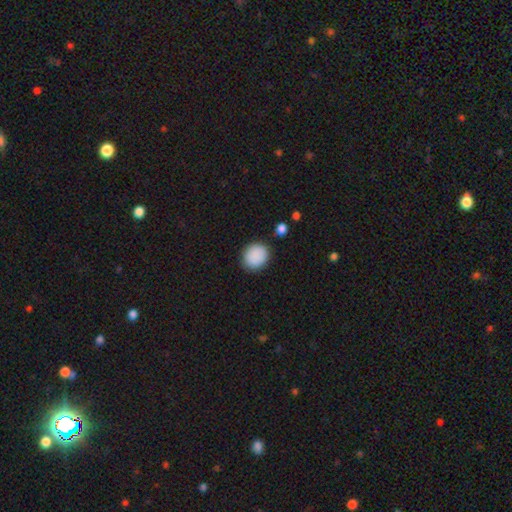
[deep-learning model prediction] Overall: smooth (89%). How rounded: round (70%). Merging: none (85%).